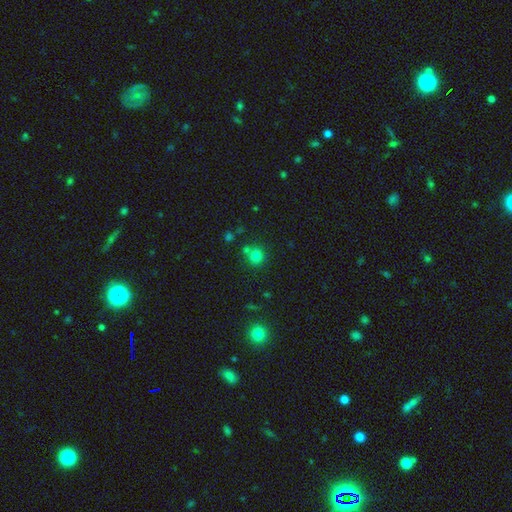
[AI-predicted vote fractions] Overall: smooth (78%). How rounded: round (89%). Merging: none (68%).